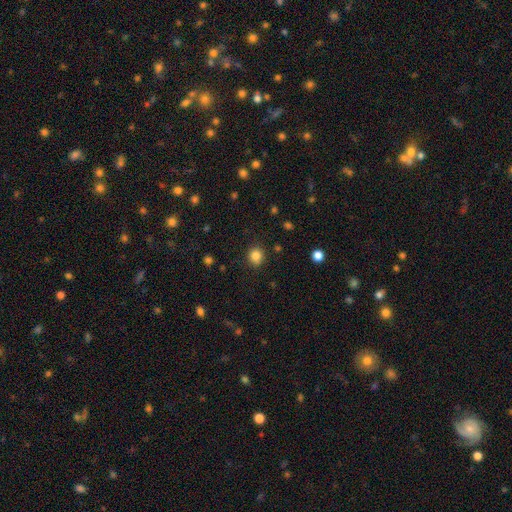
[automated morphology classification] This appears to be a smooth galaxy with no disk features (83%) that is round (84%). Merging: none (87%).